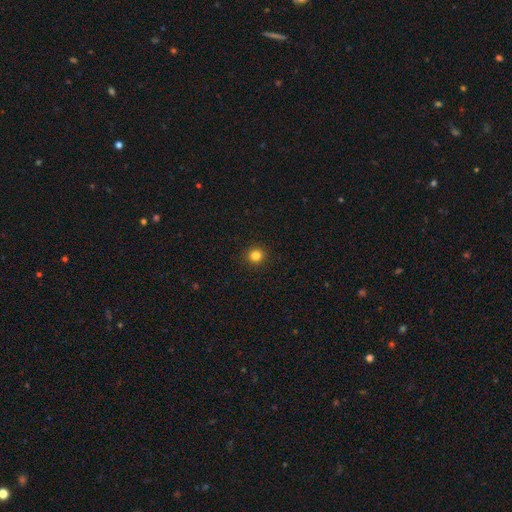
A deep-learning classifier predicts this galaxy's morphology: A smooth galaxy with no disk features (84%) that is round (92%). Merging: none (93%).